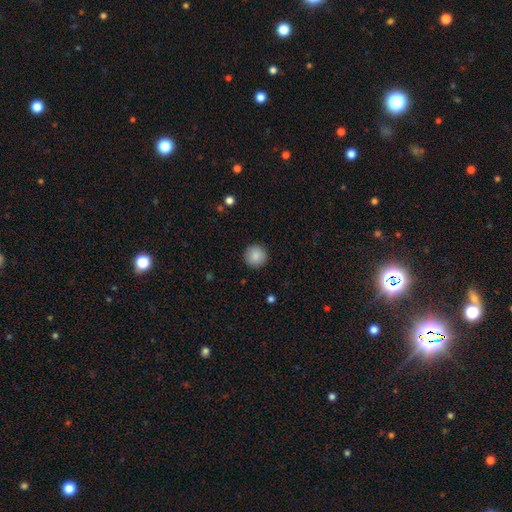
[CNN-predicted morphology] smooth-or-featured: smooth: 88% | star or artifact: 8% | featured or disk: 4%
  how-rounded: round: 95% | in between: 4% | cigar-shaped: 1%
  merging: none: 92% | minor disturbance: 5% | major disturbance: 2% | merger: 1%